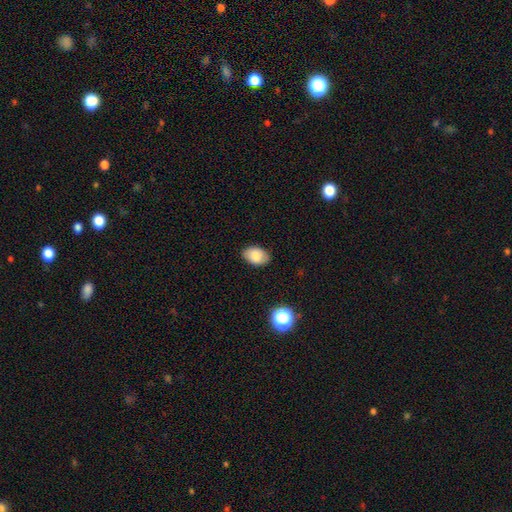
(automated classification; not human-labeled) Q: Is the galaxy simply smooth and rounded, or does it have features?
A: smooth — 82%.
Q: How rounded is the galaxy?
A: in between — 88%.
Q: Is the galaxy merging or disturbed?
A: none — 84%.